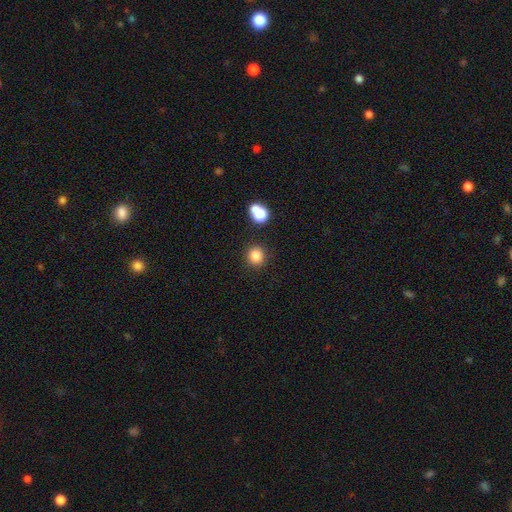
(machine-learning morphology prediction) smooth 83%, star or artifact 12%, featured or disk 5%. Down the decision tree: how rounded — round (90%); merging — none (86%).